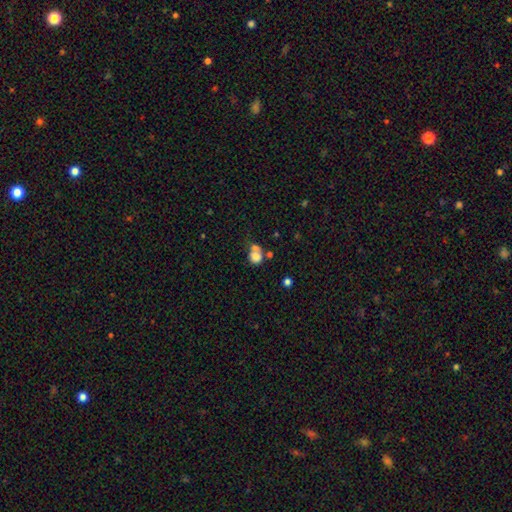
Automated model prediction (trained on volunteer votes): Smooth or featured: smooth — 75% (featured or disk — 13%)
How rounded: round — 63% (in between — 36%)
Merging: merger — 45% (none — 30%)